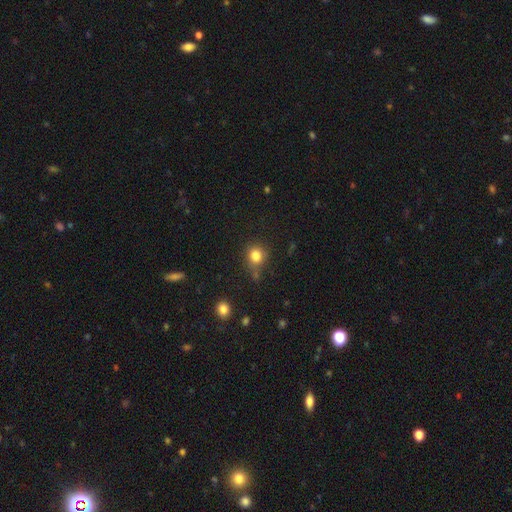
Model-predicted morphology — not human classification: The model was most divided on "merging": none: 70%, minor disturbance: 18%, merger: 6%, major disturbance: 5%. More confident: smooth or featured — smooth (82%); how rounded — round (82%).